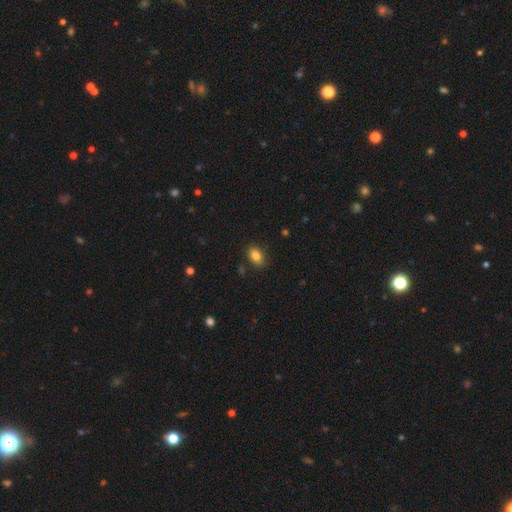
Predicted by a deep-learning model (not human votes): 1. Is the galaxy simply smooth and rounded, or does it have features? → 84% smooth, 10% star or artifact, 6% featured or disk.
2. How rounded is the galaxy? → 81% in between, 17% round, 2% cigar-shaped.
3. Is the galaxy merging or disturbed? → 86% none, 10% minor disturbance, 2% major disturbance, 2% merger.